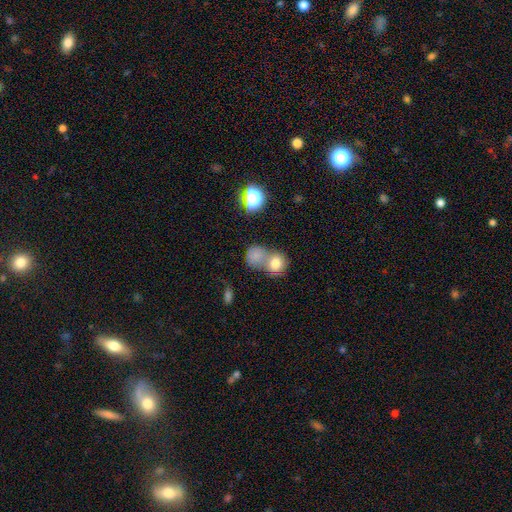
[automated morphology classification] smooth 73%, star or artifact 16%, featured or disk 11%. Down the decision tree: how rounded — round (70%); merging — merger (58%).